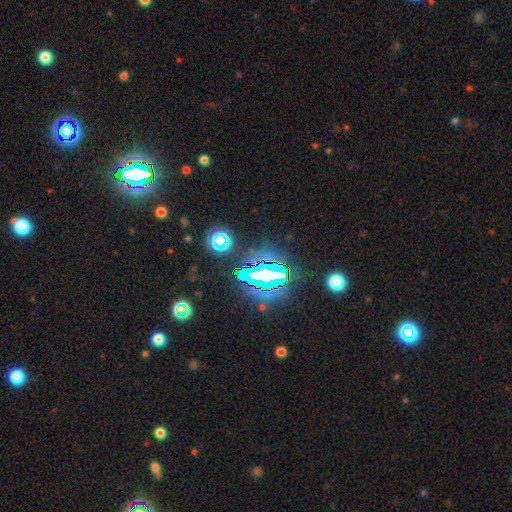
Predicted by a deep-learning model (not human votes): smooth_or_featured: star or artifact (p=0.83) [alt: smooth p=0.10]